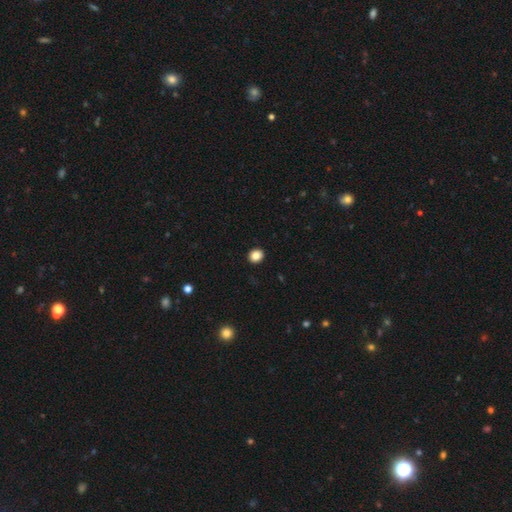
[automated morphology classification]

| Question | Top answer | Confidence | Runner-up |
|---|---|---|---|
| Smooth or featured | smooth | 86% | star or artifact (10%) |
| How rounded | round | 74% | in between (25%) |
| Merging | none | 93% | minor disturbance (5%) |